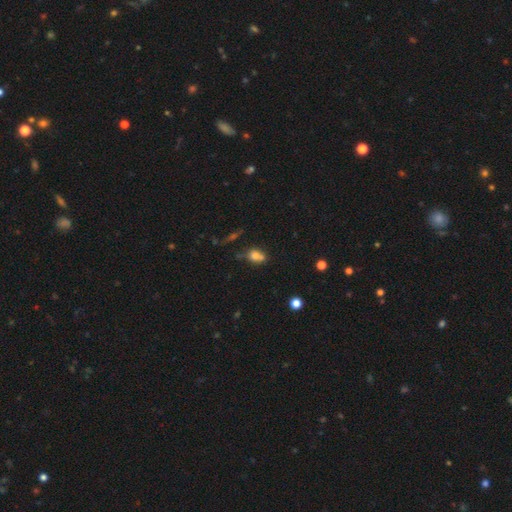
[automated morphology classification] Smooth or featured? Predicted: smooth (p=0.71). How rounded? Predicted: in between (p=0.57). Merging? Predicted: none (p=0.38).